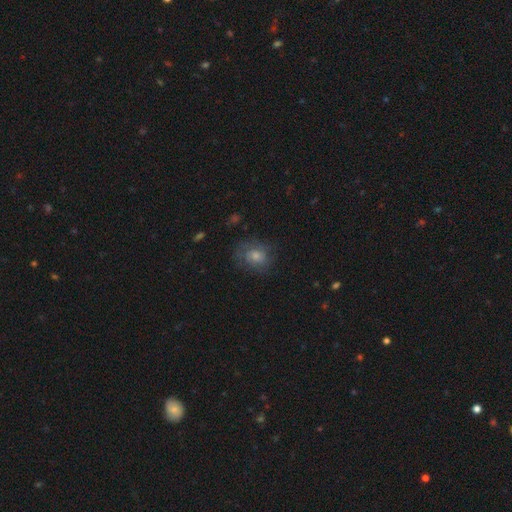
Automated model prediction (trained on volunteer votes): Q: Smooth or featured?
A: smooth (50%); runner-up: featured or disk (33%)
Q: How rounded?
A: round (63%); runner-up: in between (36%)
Q: Merging?
A: none (71%); runner-up: minor disturbance (19%)